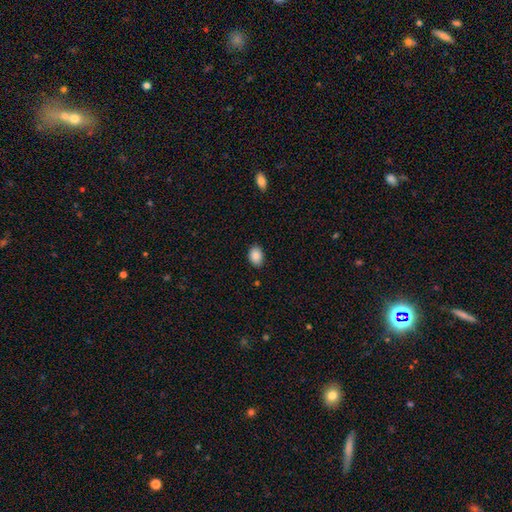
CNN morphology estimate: This is clearly a smooth galaxy (87%). How rounded: likely in between (76%). Merging: clearly none (87%).